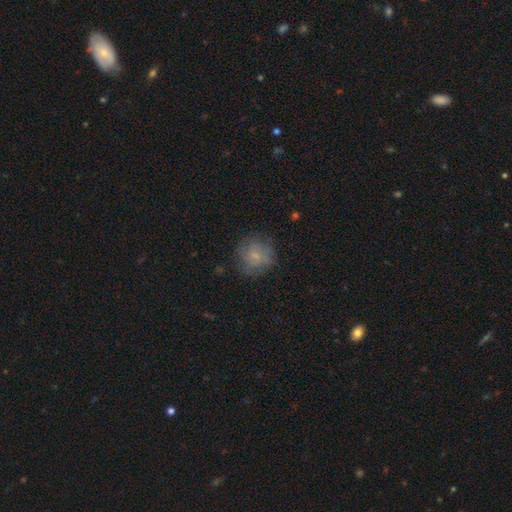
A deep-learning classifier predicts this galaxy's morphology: Smooth or featured? Predicted: smooth (p=0.69). How rounded? Predicted: round (p=0.88). Merging? Predicted: none (p=0.73).